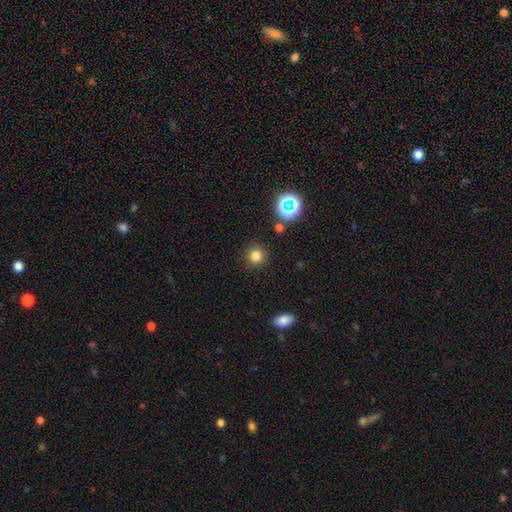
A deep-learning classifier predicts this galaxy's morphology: The model was most divided on "smooth or featured": smooth: 79%, star or artifact: 16%, featured or disk: 5%. More confident: how rounded — round (93%); merging — none (90%).